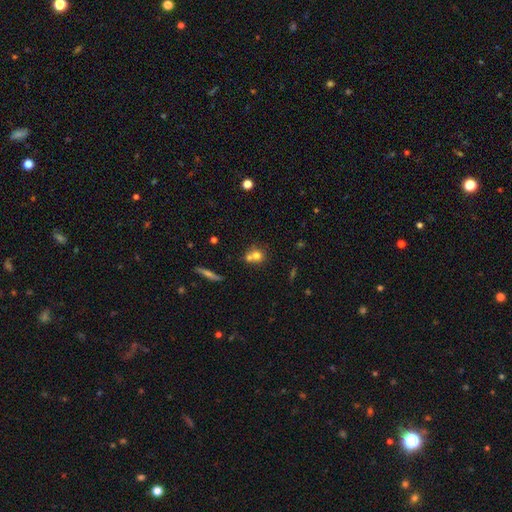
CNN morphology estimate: smooth_or_featured: smooth (p=0.70) [alt: featured or disk p=0.18]
how_rounded: round (p=0.82) [alt: in between p=0.16]
merging: merger (p=0.48) [alt: none p=0.42]